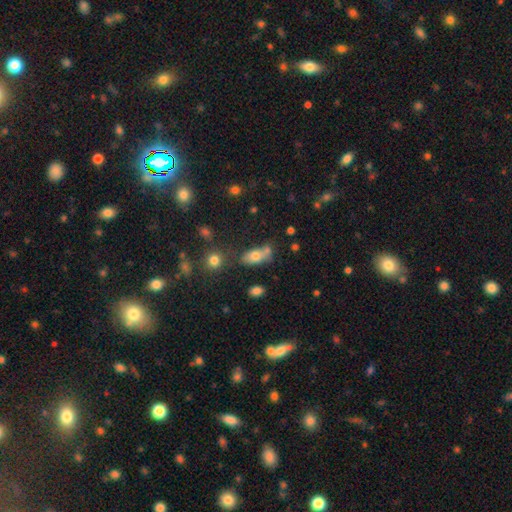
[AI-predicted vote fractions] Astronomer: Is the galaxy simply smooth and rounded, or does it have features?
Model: smooth — 69%.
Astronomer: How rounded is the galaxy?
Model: in between — 78%.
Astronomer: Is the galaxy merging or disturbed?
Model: none — 48% (runner-up: merger, 26%).